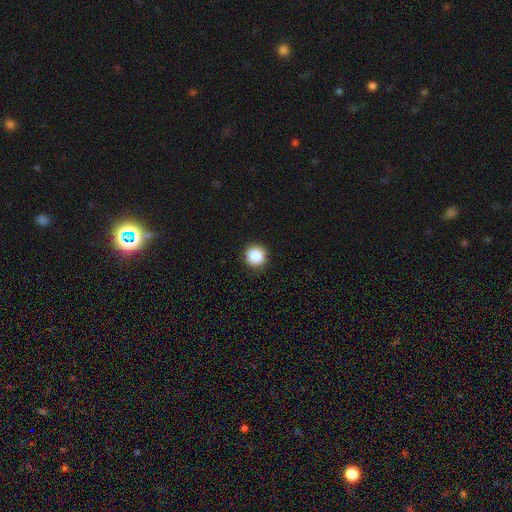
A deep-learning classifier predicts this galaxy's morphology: smooth_or_featured: smooth (p=0.88) [alt: star or artifact p=0.09]
how_rounded: round (p=0.94) [alt: in between p=0.05]
merging: none (p=0.92) [alt: minor disturbance p=0.06]